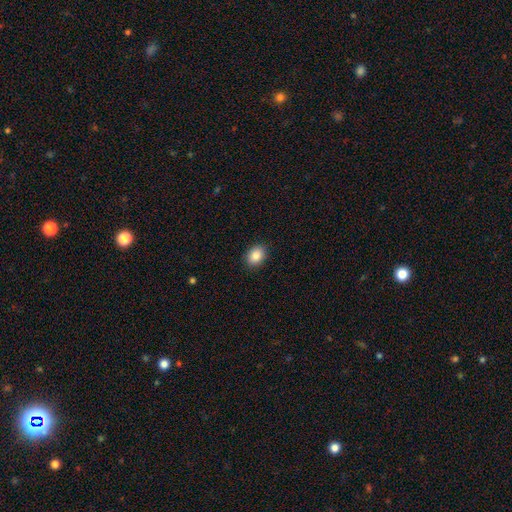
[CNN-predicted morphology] The model was most divided on "how rounded": in between: 70%, round: 29%, cigar-shaped: 1%. More confident: merging — none (89%); smooth or featured — smooth (87%).